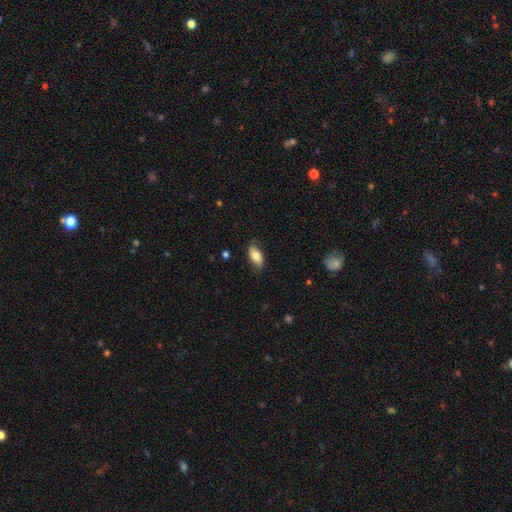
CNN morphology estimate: Smooth or featured? smooth (81%)
How rounded? in between (91%)
Merging? none (76%)